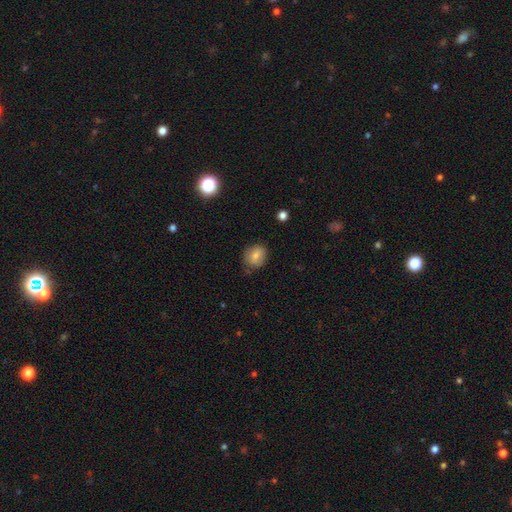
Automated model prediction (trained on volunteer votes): smooth_or_featured: smooth (p=0.76) [alt: featured or disk p=0.15]
how_rounded: round (p=0.66) [alt: in between p=0.33]
merging: none (p=0.71) [alt: minor disturbance p=0.22]